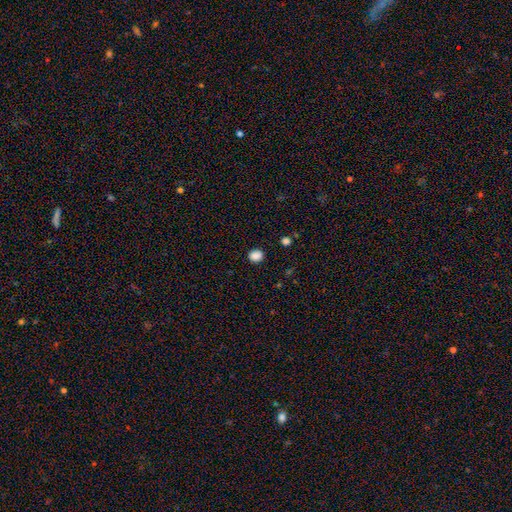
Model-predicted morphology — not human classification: Overall: smooth (87%). How rounded: round (74%). Merging: none (89%).